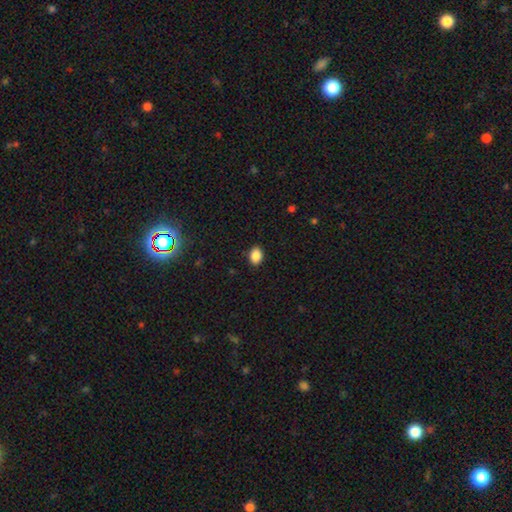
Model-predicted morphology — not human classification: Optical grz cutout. It shows a smooth galaxy with no disk features (88%) that is in between round and cigar-shaped (74%). Merging: none (89%).